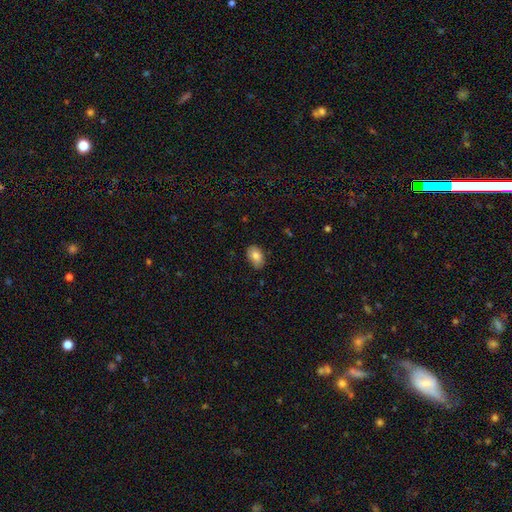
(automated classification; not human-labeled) Overall: smooth (82%). How rounded: in between (88%). Merging: none (81%).